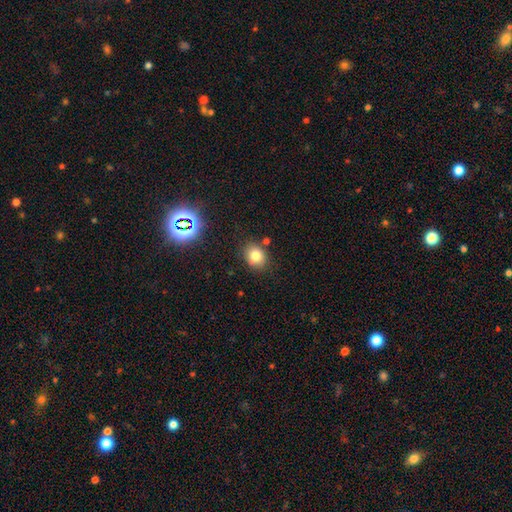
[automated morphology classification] A smooth galaxy with no disk features (78%) that is round (57%). Merging: none (79%).